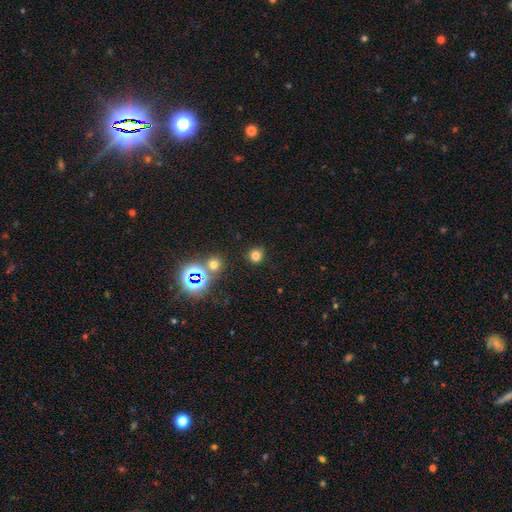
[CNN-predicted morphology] smooth_or_featured: smooth (p=0.74) [alt: star or artifact p=0.20]
how_rounded: round (p=0.88) [alt: in between p=0.11]
merging: none (p=0.85) [alt: minor disturbance p=0.08]